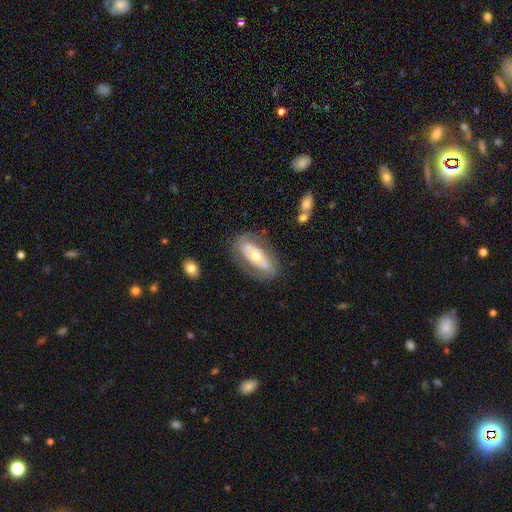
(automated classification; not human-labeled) This is likely a featured or disk galaxy (61%). It is clearly not viewed edge-on (86%). Bar: likely no (65%). Spiral arm pattern: possibly no (59%). Central bulge: likely moderate (62%). Merging: likely none (76%).